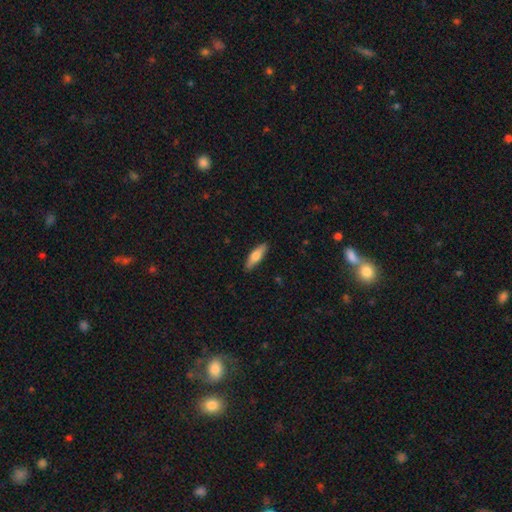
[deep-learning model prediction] This appears to be a smooth galaxy with no disk features (68%) that is cigar-shaped (55%). Merging: none (89%).